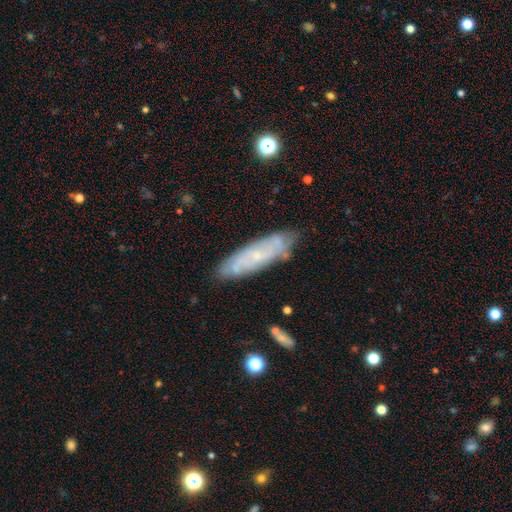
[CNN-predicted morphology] Smooth or featured? Predicted: featured or disk (p=0.65). Edge-on disk? Predicted: no (p=0.77). Merging? Predicted: none (p=0.78).